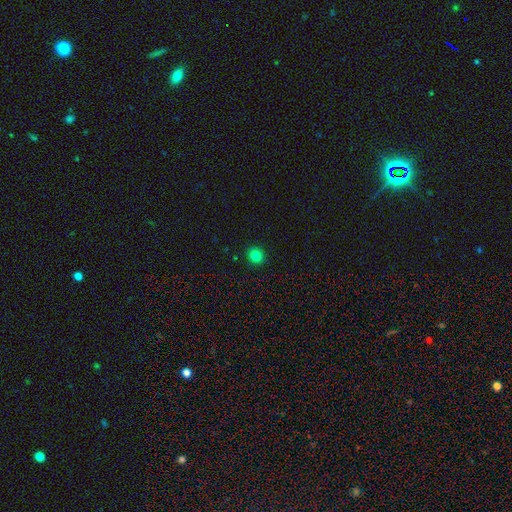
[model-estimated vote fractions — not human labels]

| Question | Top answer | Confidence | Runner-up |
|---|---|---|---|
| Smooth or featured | smooth | 82% | star or artifact (14%) |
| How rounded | round | 81% | in between (18%) |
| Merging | none | 91% | minor disturbance (6%) |